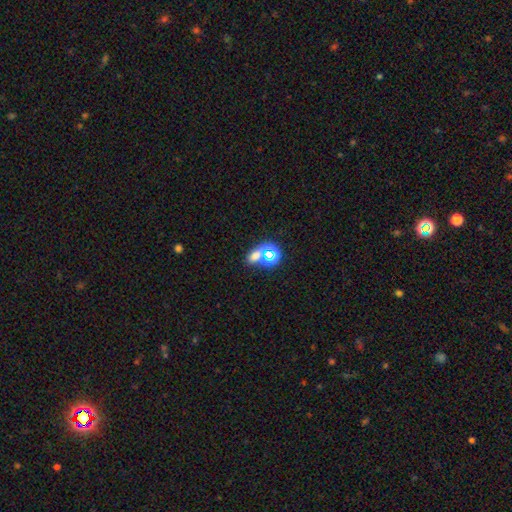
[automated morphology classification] smooth 50%, star or artifact 38%, featured or disk 12%. Down the decision tree: merging — none (46%).